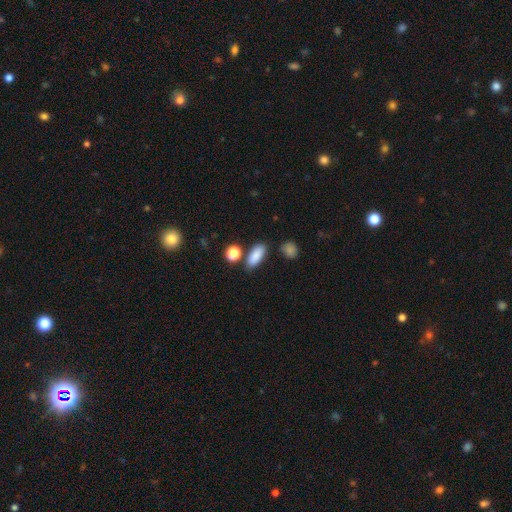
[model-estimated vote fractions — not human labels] Overall: smooth (86%). How rounded: in between (81%). Merging: none (76%).